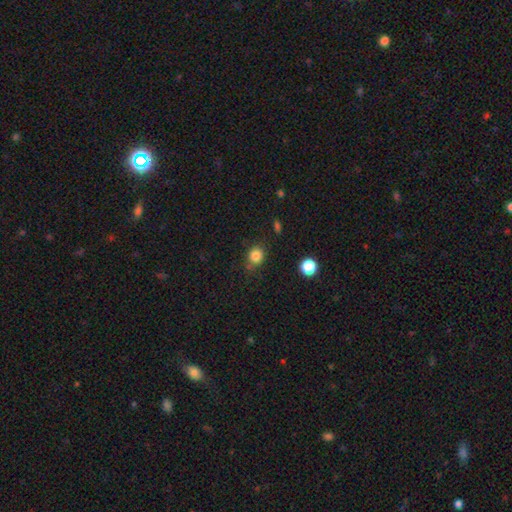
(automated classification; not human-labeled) The model was most divided on "how rounded": round: 67%, in between: 32%, cigar-shaped: 1%. More confident: smooth or featured — smooth (83%); merging — none (74%).